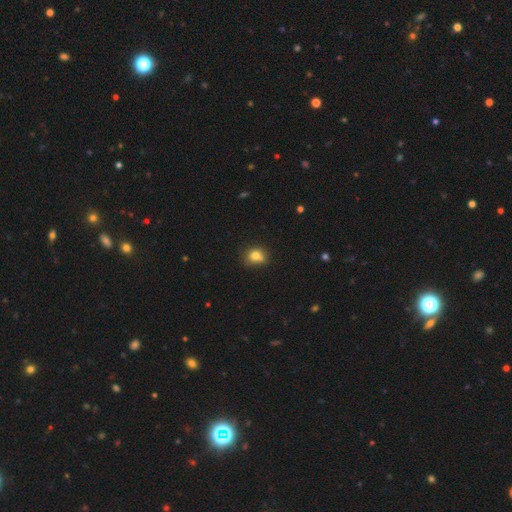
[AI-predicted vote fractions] Smooth or featured? smooth (78%)
How rounded? round (70%)
Merging? none (60%)